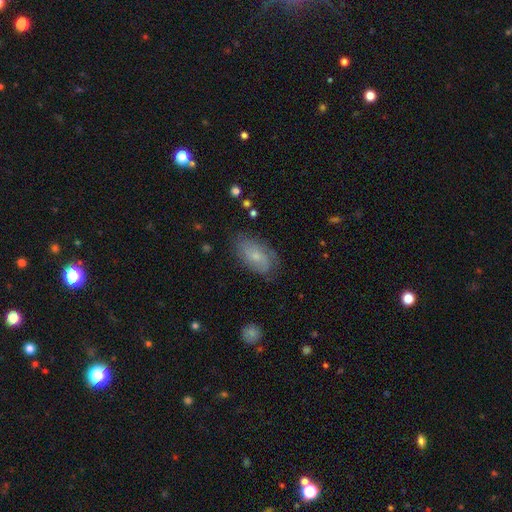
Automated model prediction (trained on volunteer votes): Morphology: type=featured or disk (46%); merging=none (68%).